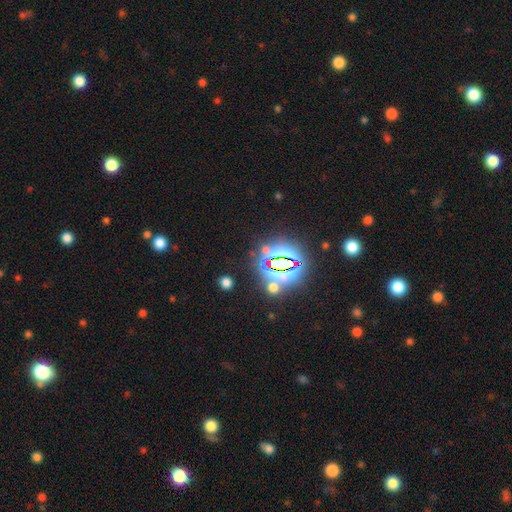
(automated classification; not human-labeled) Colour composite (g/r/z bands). It shows a star or artifact, not a galaxy (83%).